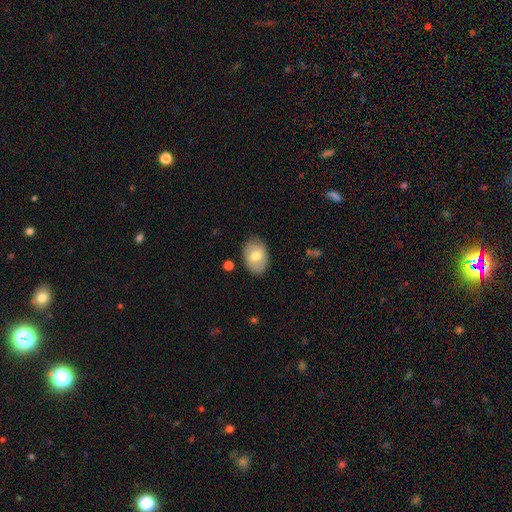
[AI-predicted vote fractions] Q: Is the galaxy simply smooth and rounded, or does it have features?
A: smooth — 69%.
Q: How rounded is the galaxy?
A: in between — 81%.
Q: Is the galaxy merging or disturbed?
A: none — 82%.